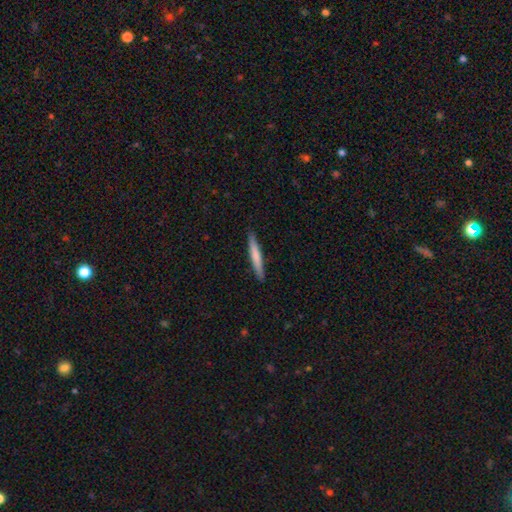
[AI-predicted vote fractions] Smooth or featured? smooth (68%)
How rounded? cigar-shaped (95%)
Merging? none (90%)